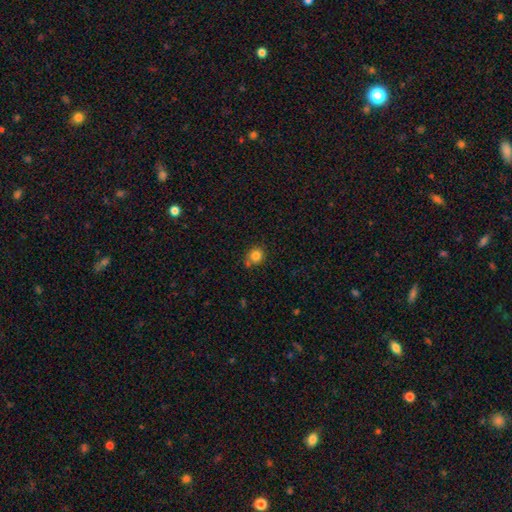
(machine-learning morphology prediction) Smooth or featured?
  - smooth: 83% *
  - star or artifact: 11%
  - featured or disk: 6%
How rounded?
  - round: 85% *
  - in between: 14%
  - cigar-shaped: 1%
Merging?
  - none: 72% *
  - minor disturbance: 15%
  - merger: 10%
  - major disturbance: 4%